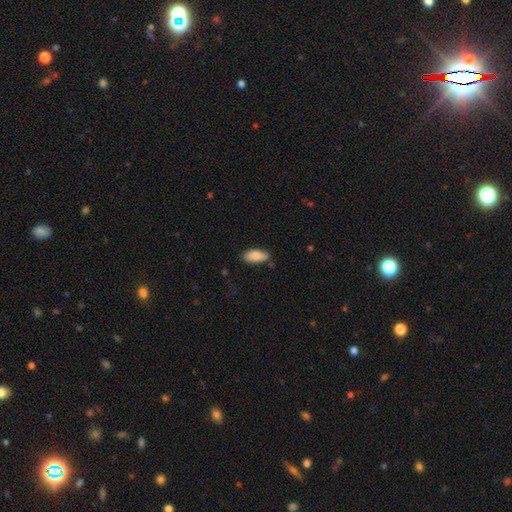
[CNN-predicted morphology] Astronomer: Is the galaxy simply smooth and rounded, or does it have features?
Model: smooth — 85%.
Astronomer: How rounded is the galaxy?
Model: in between — 90%.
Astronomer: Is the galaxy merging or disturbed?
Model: none — 73%.